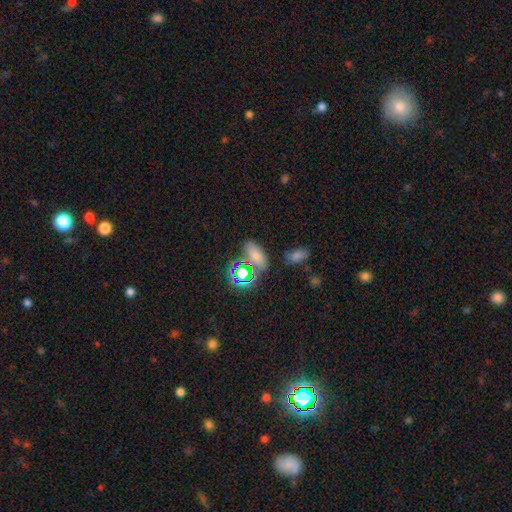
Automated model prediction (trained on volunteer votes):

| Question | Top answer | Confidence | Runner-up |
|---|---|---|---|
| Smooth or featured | smooth | 61% | star or artifact (29%) |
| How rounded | in between | 83% | round (11%) |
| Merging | none | 73% | minor disturbance (13%) |